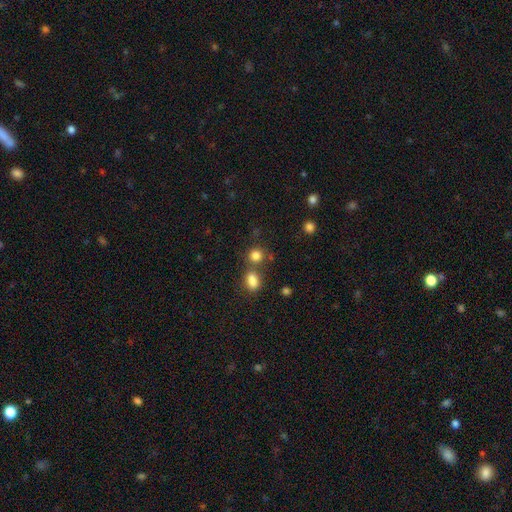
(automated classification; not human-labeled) smooth-or-featured: smooth: 82% | star or artifact: 12% | featured or disk: 6%
  how-rounded: round: 79% | in between: 20% | cigar-shaped: 1%
  merging: none: 59% | merger: 28% | minor disturbance: 9% | major disturbance: 4%